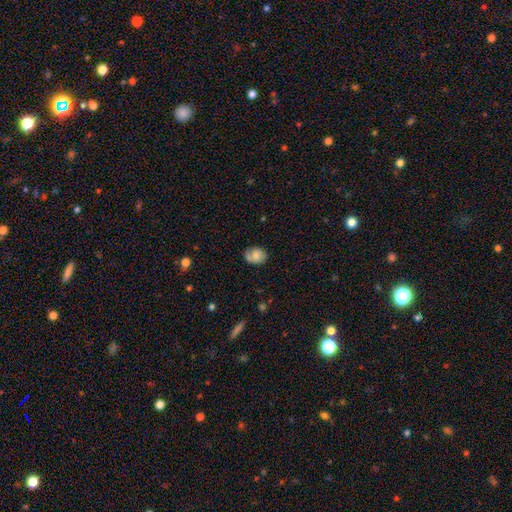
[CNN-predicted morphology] The model was most divided on "how rounded": round: 50%, in between: 49%, cigar-shaped: 1%. More confident: smooth or featured — smooth (66%); merging — none (60%).